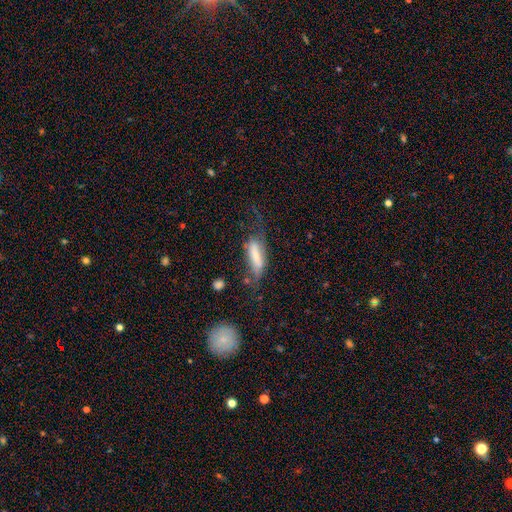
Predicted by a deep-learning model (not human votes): A smooth galaxy with no disk features (59%) that is in between round and cigar-shaped (51%). Merging: major disturbance (39%).